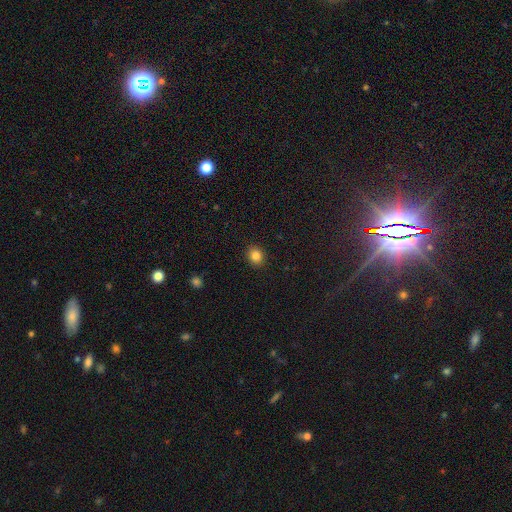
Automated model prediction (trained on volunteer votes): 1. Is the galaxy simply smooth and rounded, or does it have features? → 85% smooth, 11% star or artifact, 5% featured or disk.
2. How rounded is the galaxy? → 72% round, 27% in between, 1% cigar-shaped.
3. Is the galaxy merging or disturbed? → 91% none, 6% minor disturbance, 2% major disturbance, 1% merger.